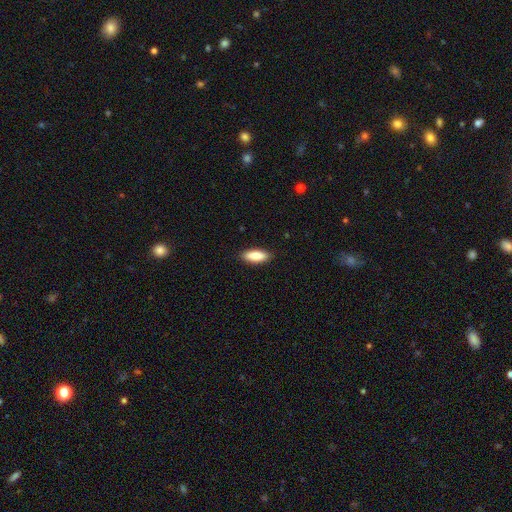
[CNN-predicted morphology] Smooth or featured?
  - smooth: 86% *
  - featured or disk: 9%
  - star or artifact: 6%
How rounded?
  - in between: 71% *
  - cigar-shaped: 27%
  - round: 2%
Merging?
  - none: 89% *
  - minor disturbance: 8%
  - major disturbance: 2%
  - merger: 1%